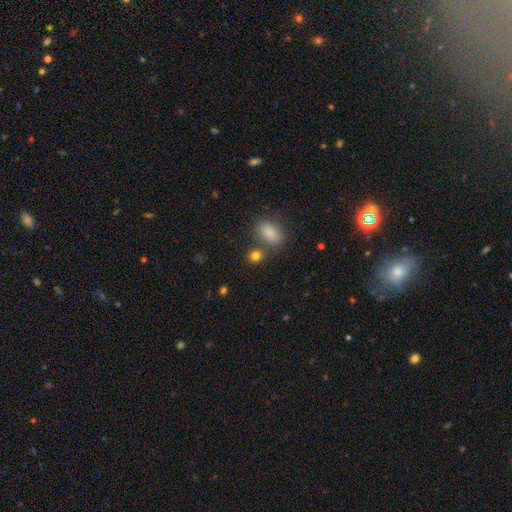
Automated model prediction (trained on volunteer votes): Smooth or featured?
  - smooth: 83% *
  - star or artifact: 12%
  - featured or disk: 5%
How rounded?
  - round: 57% *
  - in between: 41%
  - cigar-shaped: 2%
Merging?
  - none: 69% *
  - merger: 17%
  - minor disturbance: 11%
  - major disturbance: 4%